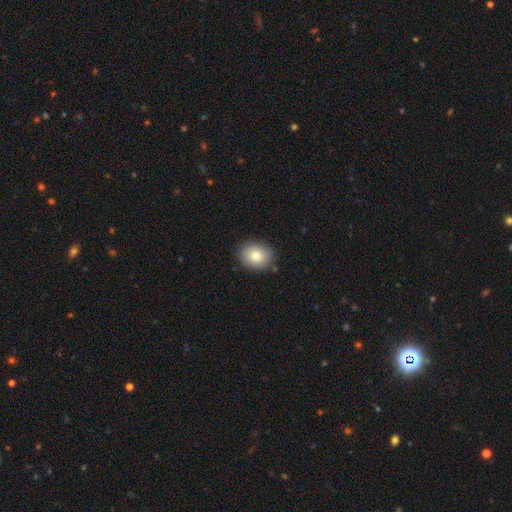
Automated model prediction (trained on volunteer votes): smooth 81%, featured or disk 11%, star or artifact 8%. Down the decision tree: how rounded — in between (58%); merging — none (86%).